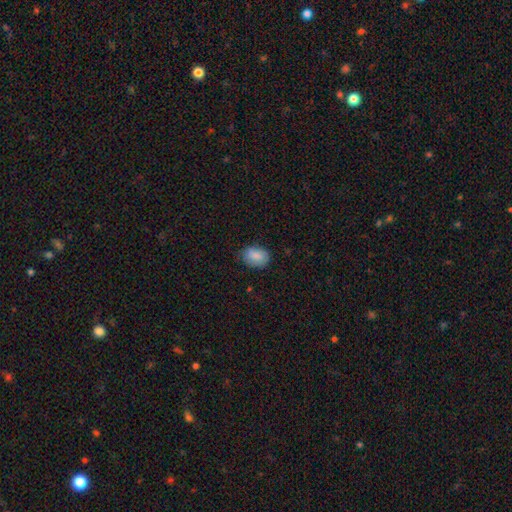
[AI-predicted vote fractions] Overall: smooth (86%). How rounded: in between (72%). Merging: none (75%).